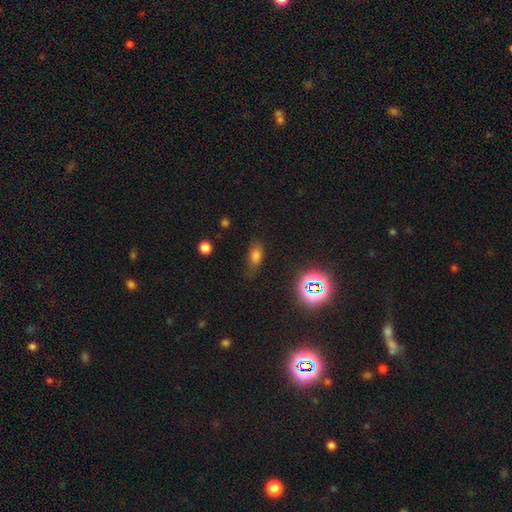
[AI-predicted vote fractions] Smooth or featured?
  - smooth: 70% *
  - star or artifact: 20%
  - featured or disk: 11%
How rounded?
  - in between: 80% *
  - round: 10%
  - cigar-shaped: 10%
Merging?
  - none: 67% *
  - minor disturbance: 23%
  - major disturbance: 8%
  - merger: 2%